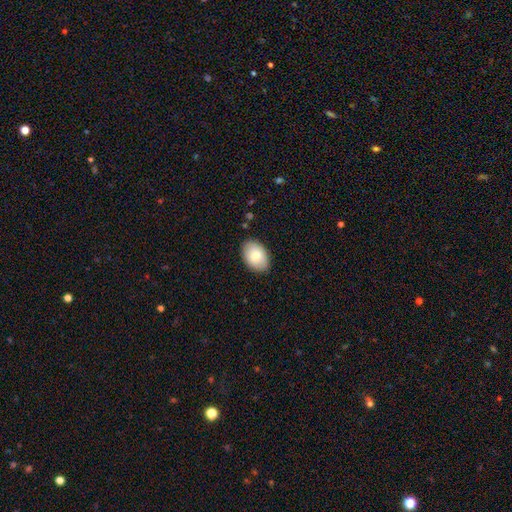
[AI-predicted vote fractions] This is likely a smooth galaxy (79%). How rounded: clearly in between (85%). Merging: clearly none (86%).